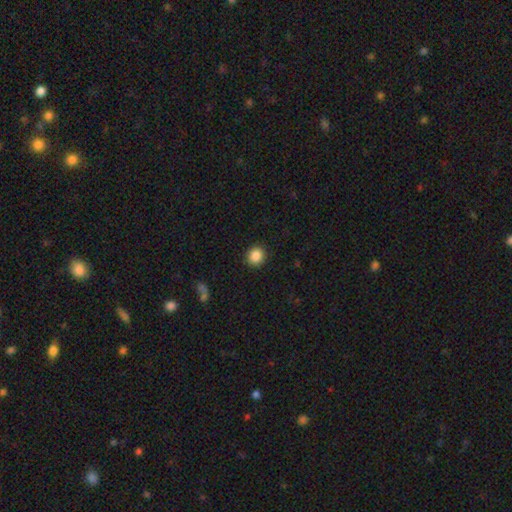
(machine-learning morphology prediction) The model was most divided on "how rounded": round: 86%, in between: 13%, cigar-shaped: 1%. More confident: merging — none (90%); smooth or featured — smooth (87%).